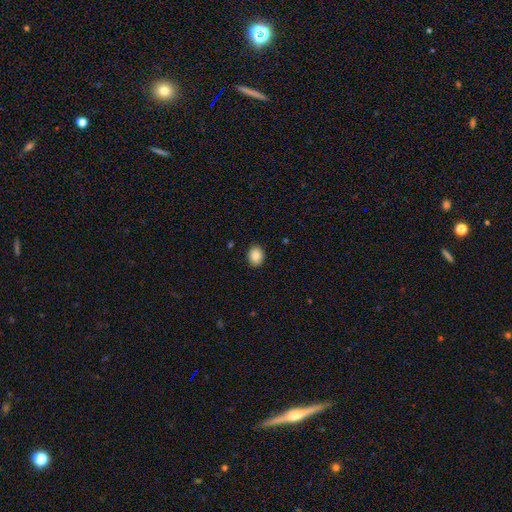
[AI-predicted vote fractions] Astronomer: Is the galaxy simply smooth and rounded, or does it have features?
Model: smooth — 86%.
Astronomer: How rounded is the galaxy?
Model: round — 53% (runner-up: in between, 46%).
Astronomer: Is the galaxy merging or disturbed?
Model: none — 90%.